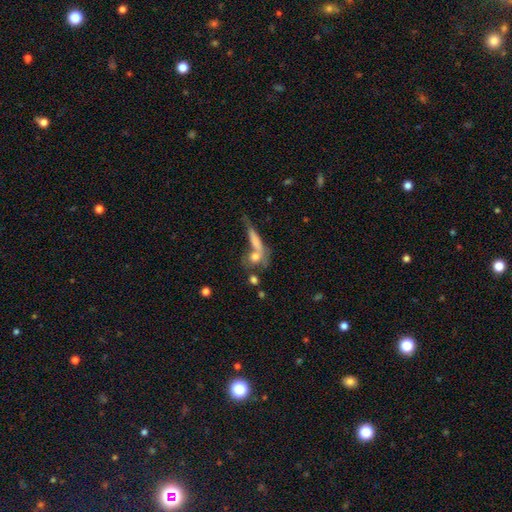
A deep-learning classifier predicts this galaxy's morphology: Smooth or featured? Predicted: smooth (p=0.58). How rounded? Predicted: cigar-shaped (p=0.36). Merging? Predicted: none (p=0.38).